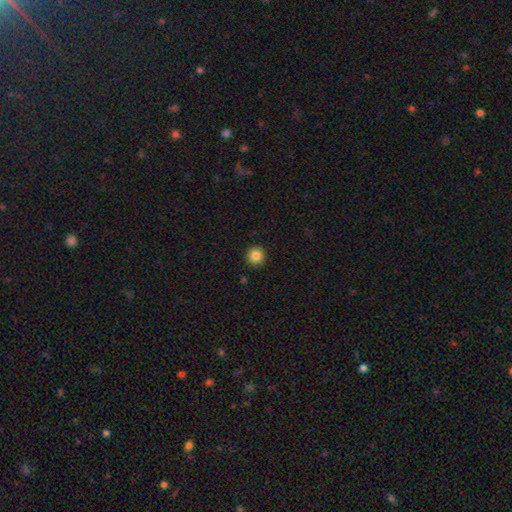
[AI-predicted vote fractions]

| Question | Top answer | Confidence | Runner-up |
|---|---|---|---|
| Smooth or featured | smooth | 85% | star or artifact (10%) |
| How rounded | round | 95% | in between (4%) |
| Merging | none | 93% | minor disturbance (5%) |